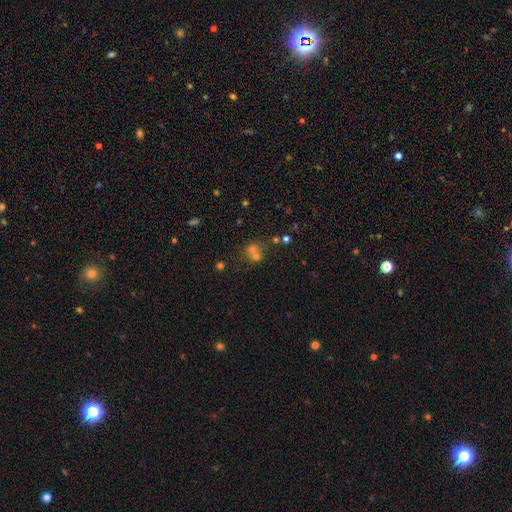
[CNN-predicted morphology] Q: Smooth or featured?
A: smooth (59%); runner-up: star or artifact (24%)
Q: How rounded?
A: round (82%); runner-up: in between (17%)
Q: Merging?
A: merger (49%); runner-up: none (42%)